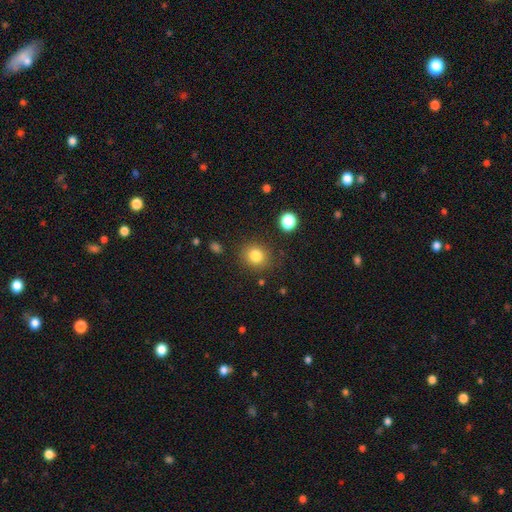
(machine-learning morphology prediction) This appears to be a smooth galaxy with no disk features (82%) that is round (78%). Merging: none (84%).